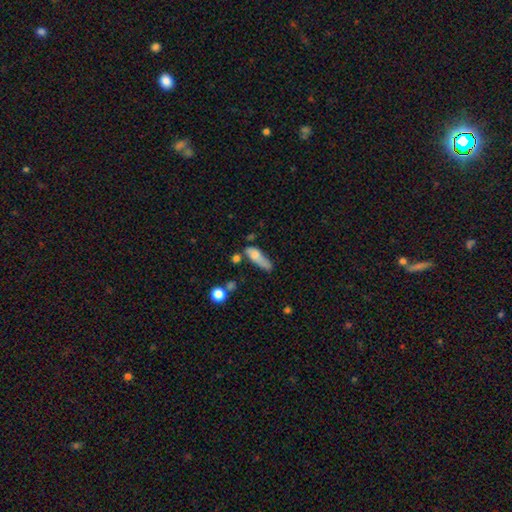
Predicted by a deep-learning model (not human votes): A smooth galaxy with no disk features (70%) that is in between round and cigar-shaped (57%).

Vote fractions:
- Smooth or featured? smooth: 70% / featured or disk: 22% / star or artifact: 8%
- How rounded? in between: 57% / cigar-shaped: 39% / round: 4%
- Merging? minor disturbance: 32% / none: 30% / major disturbance: 22% / merger: 16%